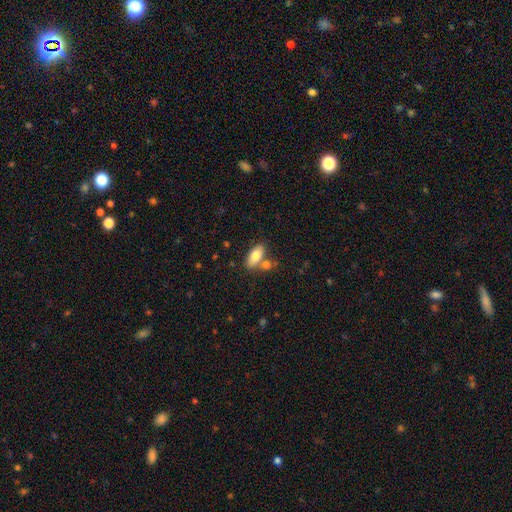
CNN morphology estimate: smooth_or_featured: smooth (p=0.77) [alt: featured or disk p=0.17]
how_rounded: in between (p=0.85) [alt: cigar-shaped p=0.11]
merging: none (p=0.60) [alt: merger p=0.25]